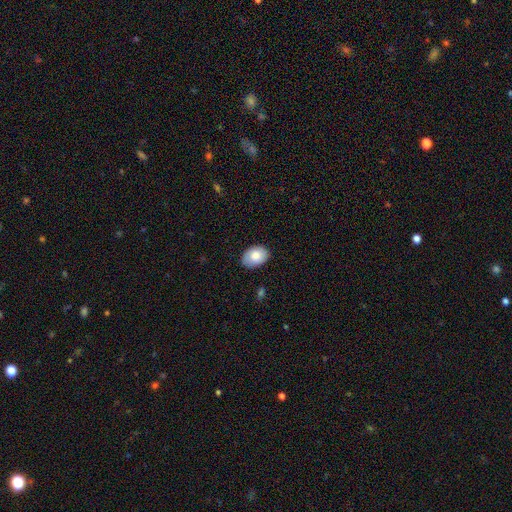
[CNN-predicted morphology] This appears to be a smooth galaxy with no disk features (80%) that is in between round and cigar-shaped (81%). Merging: none (83%).